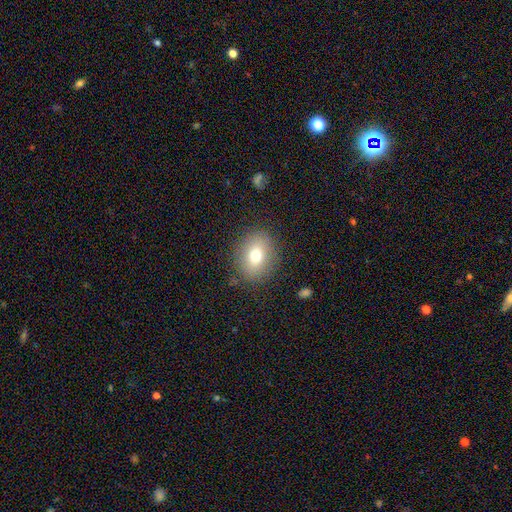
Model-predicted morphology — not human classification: smooth-or-featured: smooth: 74% | featured or disk: 15% | star or artifact: 12%
  how-rounded: in between: 50% | round: 49% | cigar-shaped: 1%
  merging: none: 86% | minor disturbance: 9% | major disturbance: 4% | merger: 1%